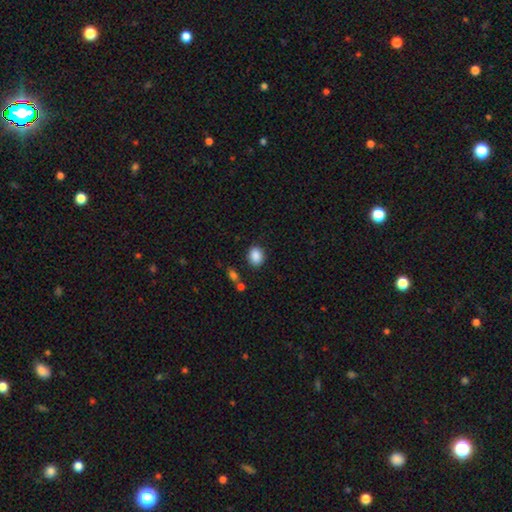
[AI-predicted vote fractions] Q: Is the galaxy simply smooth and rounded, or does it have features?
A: smooth — 88%.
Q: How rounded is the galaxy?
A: in between — 53%.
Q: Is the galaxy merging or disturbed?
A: none — 84%.